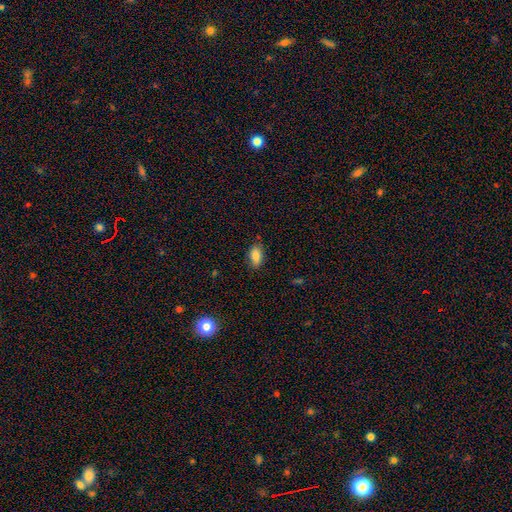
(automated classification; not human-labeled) This is clearly a smooth galaxy (84%). How rounded: clearly in between (90%). Merging: clearly none (83%).